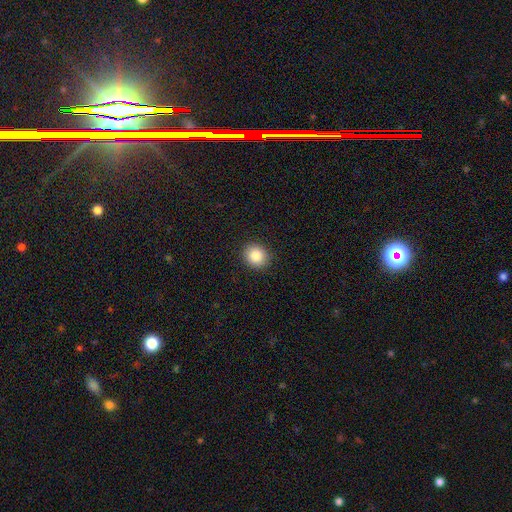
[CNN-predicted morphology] Smooth or featured?
  - smooth: 87% *
  - star or artifact: 9%
  - featured or disk: 4%
How rounded?
  - round: 79% *
  - in between: 20%
  - cigar-shaped: 1%
Merging?
  - none: 90% *
  - minor disturbance: 7%
  - major disturbance: 2%
  - merger: 1%